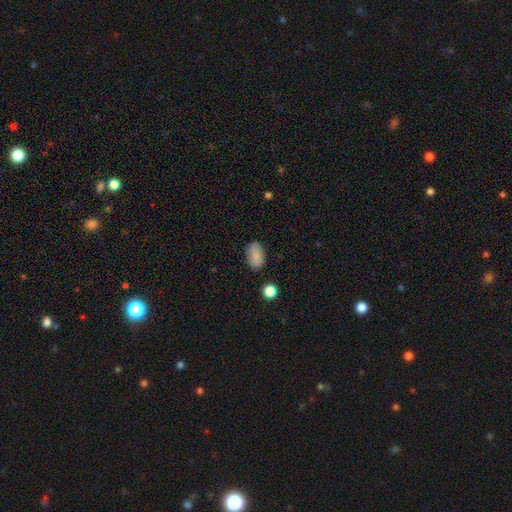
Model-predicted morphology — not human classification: Smooth or featured?
  - smooth: 84% *
  - featured or disk: 8%
  - star or artifact: 8%
How rounded?
  - in between: 92% *
  - round: 7%
  - cigar-shaped: 2%
Merging?
  - none: 83% *
  - minor disturbance: 12%
  - major disturbance: 3%
  - merger: 2%